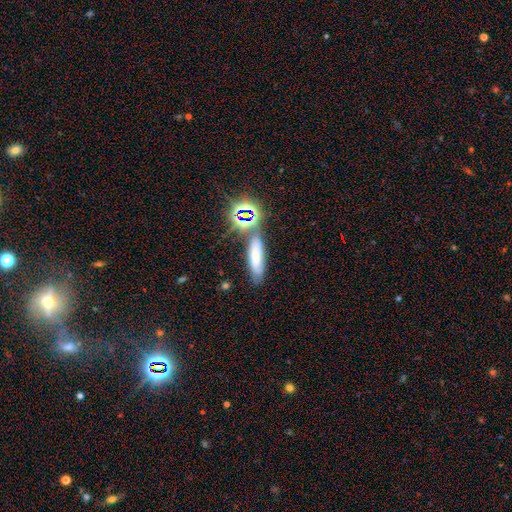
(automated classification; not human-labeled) This appears to be a smooth galaxy with no disk features (61%) that is cigar-shaped (55%). Merging: none (68%).